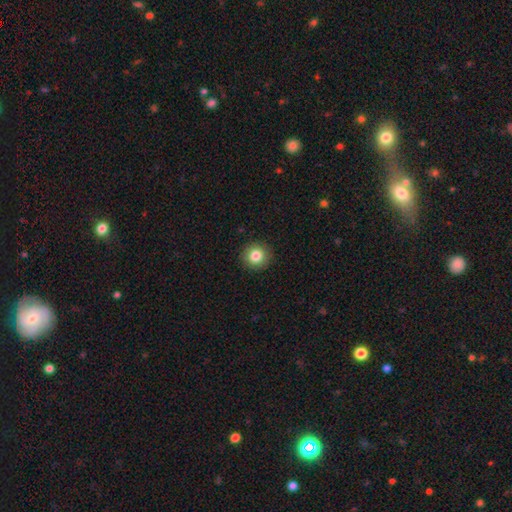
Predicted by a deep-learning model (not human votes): Morphology: type=smooth (83%); roundness=round (93%); merging=none (92%).